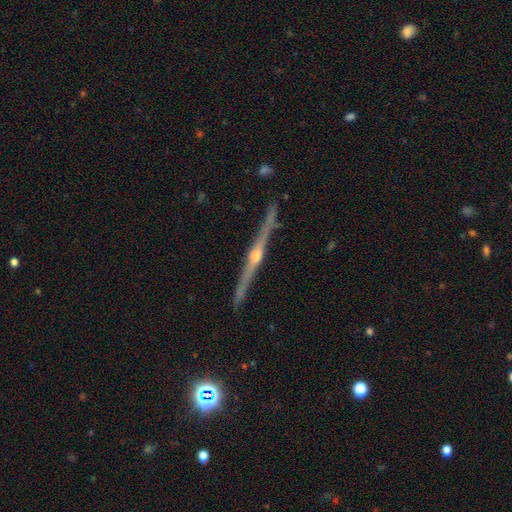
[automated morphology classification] Smooth or featured: featured or disk — 87% (smooth — 8%)
Edge-on disk: yes — 99% (no — 1%)
Edge-on bulge: rounded — 93% (none — 4%)
Merging: none — 90% (minor disturbance — 7%)